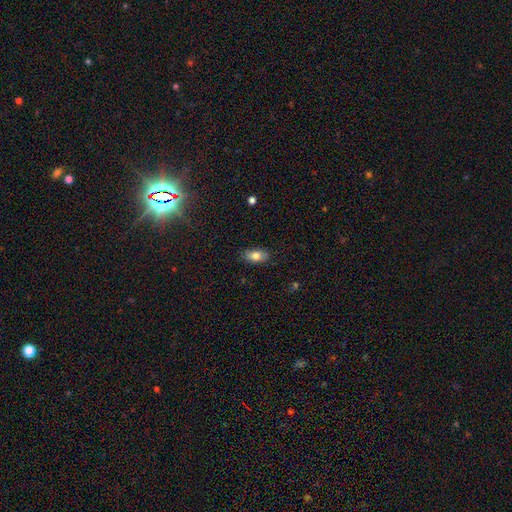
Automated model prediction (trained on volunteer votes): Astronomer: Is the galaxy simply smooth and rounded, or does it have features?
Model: smooth — 79%.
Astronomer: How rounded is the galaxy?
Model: in between — 89%.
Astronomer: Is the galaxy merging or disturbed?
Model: none — 85%.